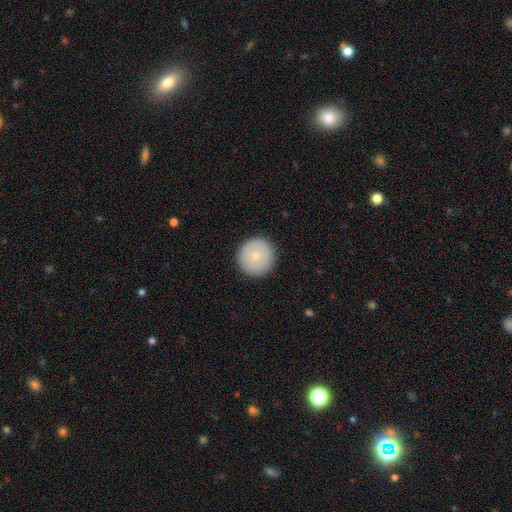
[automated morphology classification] Smooth or featured? Predicted: smooth (p=0.75). How rounded? Predicted: round (p=0.96). Merging? Predicted: none (p=0.92).